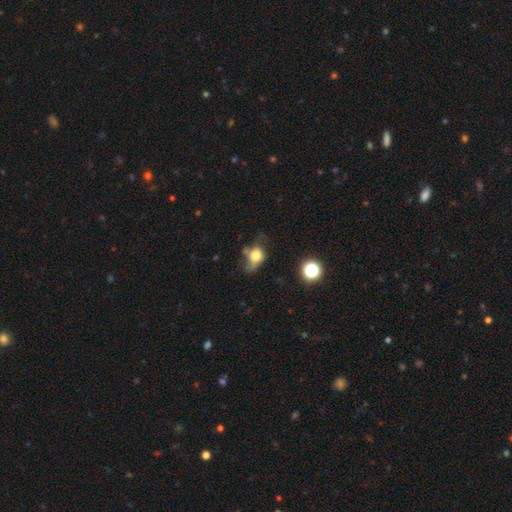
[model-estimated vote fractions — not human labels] Smooth or featured?
  - smooth: 66% *
  - featured or disk: 21%
  - star or artifact: 12%
How rounded?
  - round: 49% * (tied)
  - in between: 49% * (tied)
  - cigar-shaped: 2%
Merging?
  - none: 31% * (tied)
  - major disturbance: 31% * (tied)
  - minor disturbance: 30%
  - merger: 7%